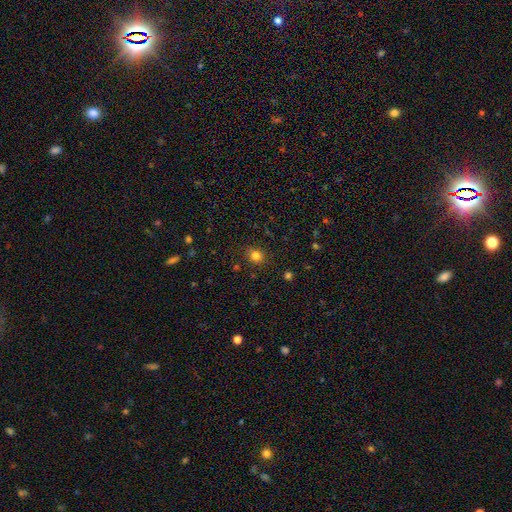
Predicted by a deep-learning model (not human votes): smooth-or-featured: smooth: 81% | star or artifact: 14% | featured or disk: 5%
  how-rounded: round: 72% | in between: 28% | cigar-shaped: 1%
  merging: none: 86% | minor disturbance: 9% | major disturbance: 3% | merger: 1%